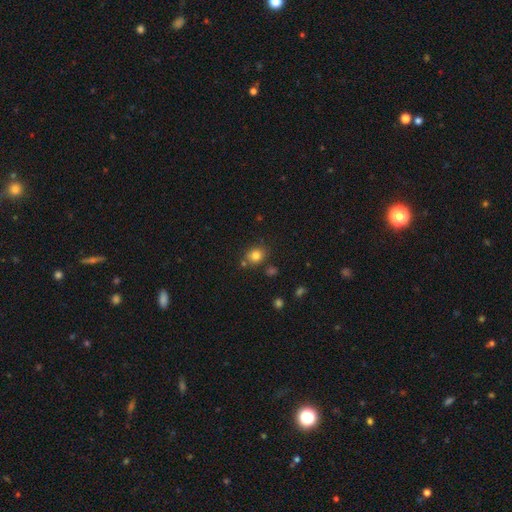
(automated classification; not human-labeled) The model was most divided on "how rounded": round: 64%, in between: 35%, cigar-shaped: 1%. More confident: smooth or featured — smooth (81%); merging — none (75%).